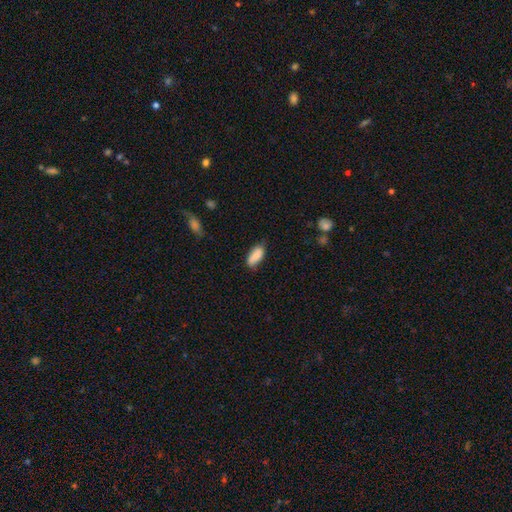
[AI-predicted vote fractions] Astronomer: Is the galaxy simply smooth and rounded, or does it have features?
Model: smooth — 85%.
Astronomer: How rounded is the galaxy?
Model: in between — 84%.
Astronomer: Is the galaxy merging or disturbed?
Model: none — 68%.